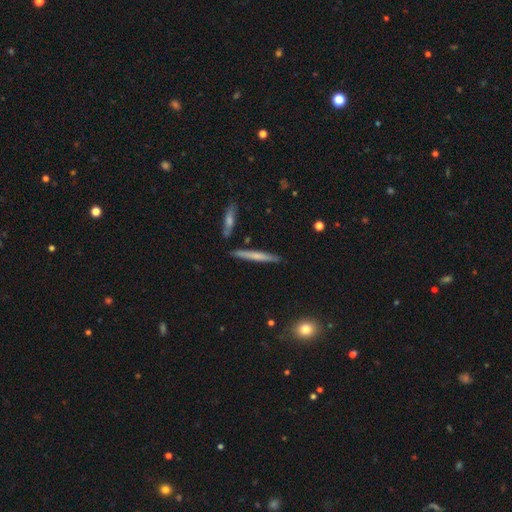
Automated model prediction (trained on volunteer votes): Overall: smooth (54%; featured or disk 40%). How rounded: cigar-shaped (95%). Merging: none (87%).